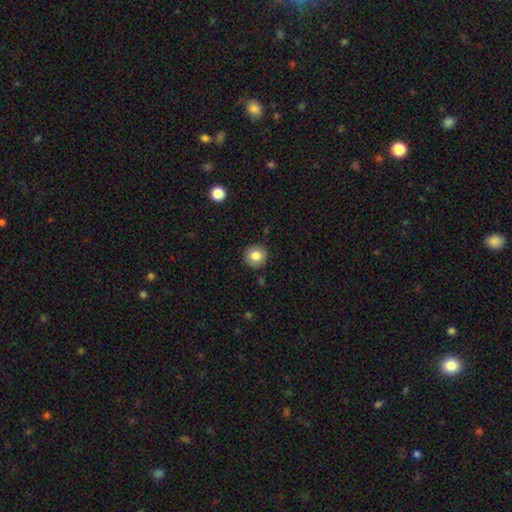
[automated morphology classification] This is clearly a smooth galaxy (83%). How rounded: clearly round (92%). Merging: clearly none (89%).